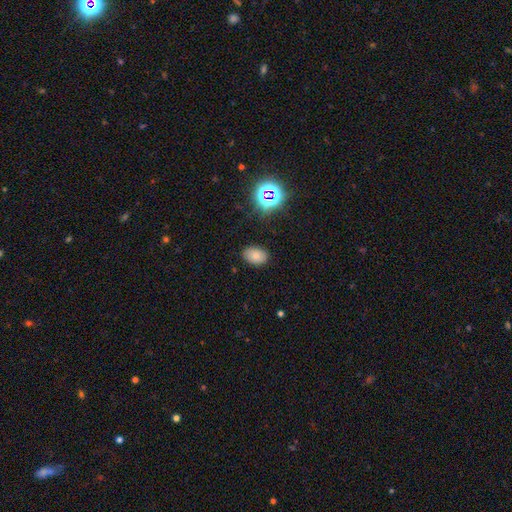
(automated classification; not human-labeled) Overall: smooth (74%). How rounded: in between (83%). Merging: none (85%).